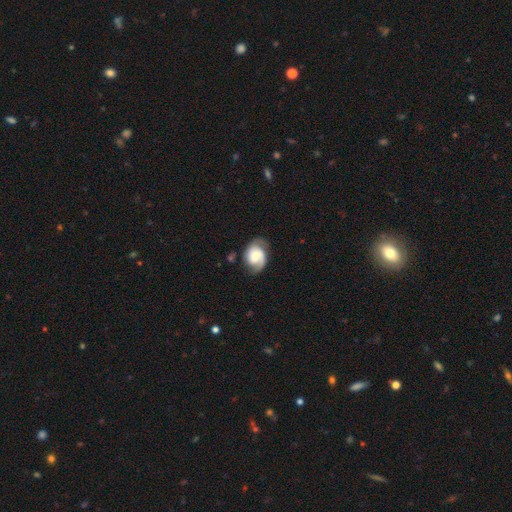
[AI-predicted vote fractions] Smooth or featured: featured or disk — 70% (smooth — 23%)
Edge-on disk: no — 97% (yes — 3%)
Bar: no — 48% (weak — 40%)
Spiral arms: yes — 93% (no — 7%)
Spiral winding: medium — 44% (tight — 37%)
Spiral arm count: 2 — 75% (1 — 16%)
Bulge size: moderate — 33% (small — 28%)
Merging: none — 66% (minor disturbance — 22%)